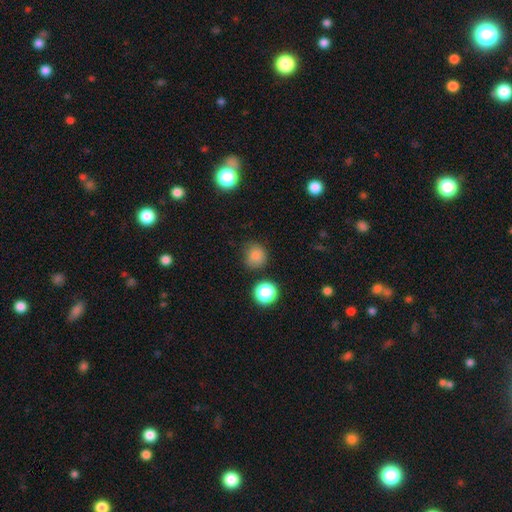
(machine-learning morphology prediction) A smooth galaxy with no disk features (80%) that is round (90%).

Vote fractions:
- Smooth or featured? smooth: 80% / star or artifact: 15% / featured or disk: 5%
- How rounded? round: 90% / in between: 9% / cigar-shaped: 1%
- Merging? none: 78% / minor disturbance: 14% / major disturbance: 4% / merger: 4%